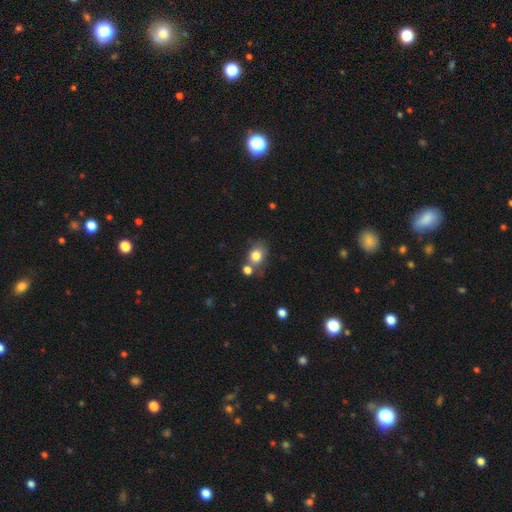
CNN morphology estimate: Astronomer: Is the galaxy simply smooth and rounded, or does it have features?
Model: smooth — 80%.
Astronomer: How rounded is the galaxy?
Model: round — 51% (runner-up: in between, 48%).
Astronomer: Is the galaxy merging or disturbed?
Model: none — 54%.